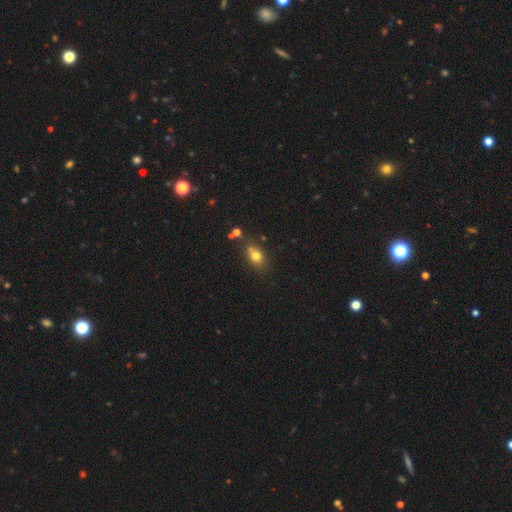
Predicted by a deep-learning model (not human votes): Morphology: type=smooth (75%); roundness=in between (69%); merging=none (63%).